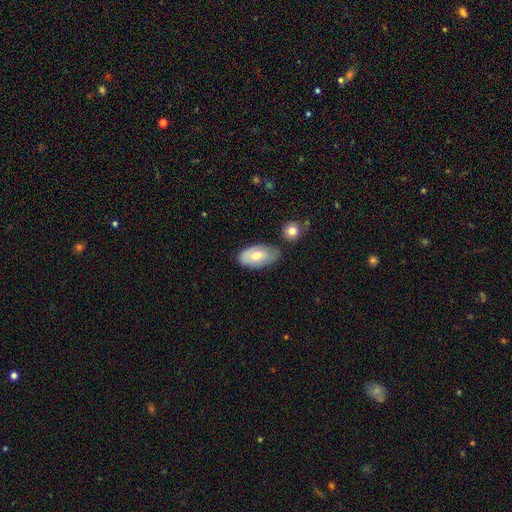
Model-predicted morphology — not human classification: Smooth or featured? smooth (65%)
How rounded? in between (94%)
Merging? none (62%)